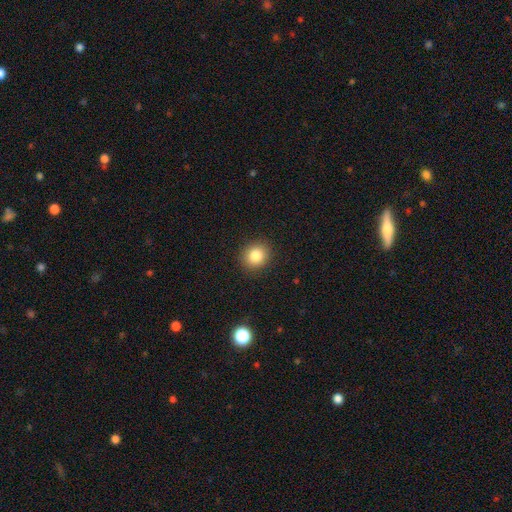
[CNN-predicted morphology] Smooth or featured? smooth (84%)
How rounded? round (81%)
Merging? none (91%)